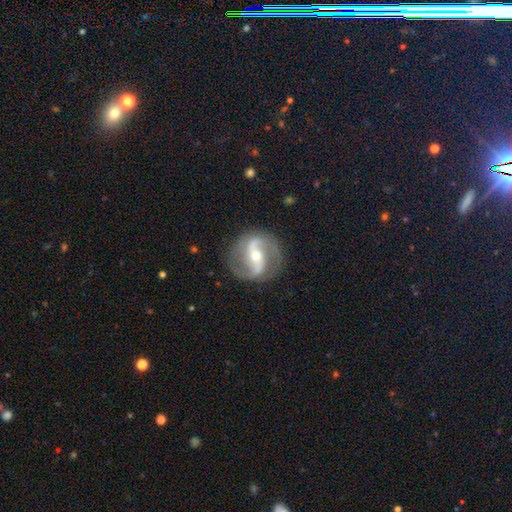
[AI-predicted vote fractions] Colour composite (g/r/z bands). It shows a featured or disk galaxy (89%) with a strong bar (47%), 2 (92%) medium (47%) spiral arms (95%) and a small central bulge (52%). Merging: none (83%).